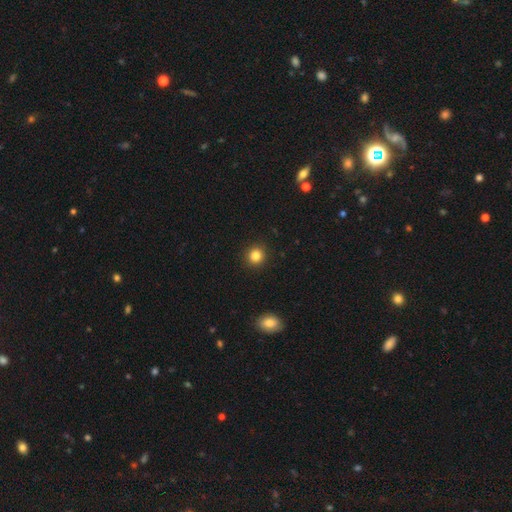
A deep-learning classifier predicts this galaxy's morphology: Smooth or featured: smooth — 84% (star or artifact — 12%)
How rounded: round — 91% (in between — 8%)
Merging: none — 92% (minor disturbance — 5%)